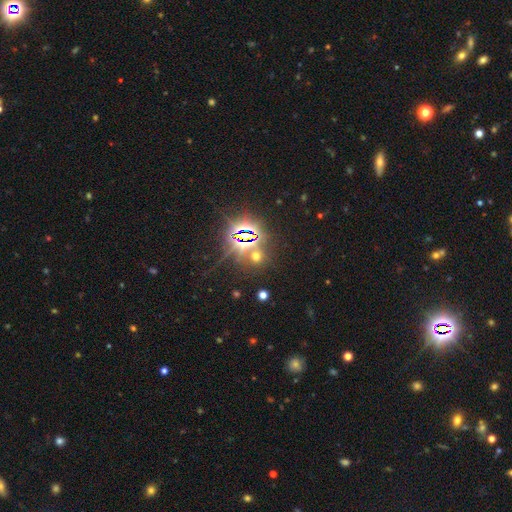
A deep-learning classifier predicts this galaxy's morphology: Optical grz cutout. It shows a star or artifact, not a galaxy (65%).